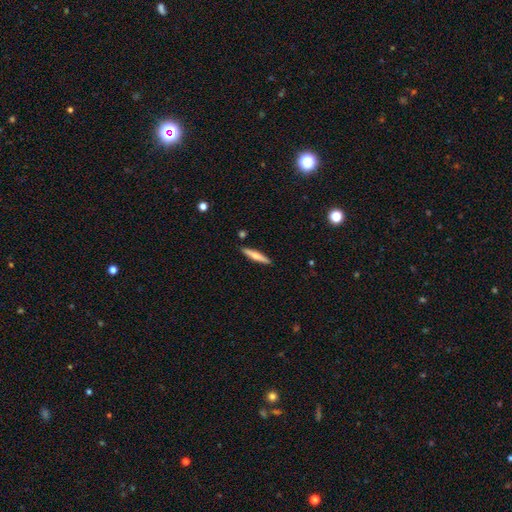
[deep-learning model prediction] Smooth or featured? Predicted: smooth (p=0.58). How rounded? Predicted: cigar-shaped (p=0.90). Merging? Predicted: none (p=0.89).